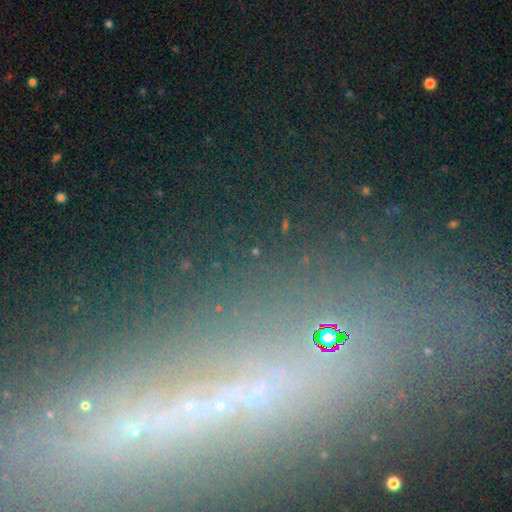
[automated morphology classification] Smooth or featured?
  - star or artifact: 56% *
  - featured or disk: 23%
  - smooth: 21%